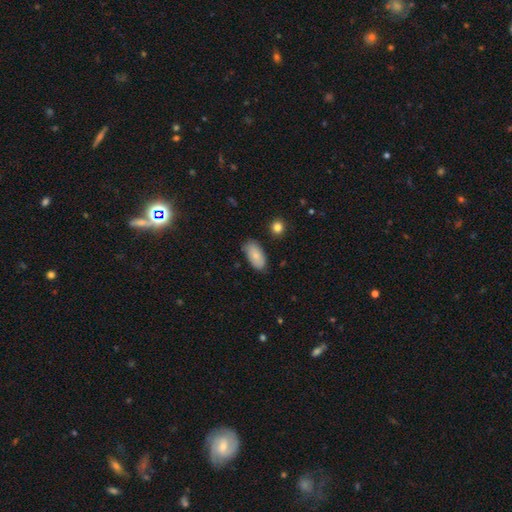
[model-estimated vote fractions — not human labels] This is clearly a smooth galaxy (82%). How rounded: clearly in between (93%). Merging: likely none (77%).